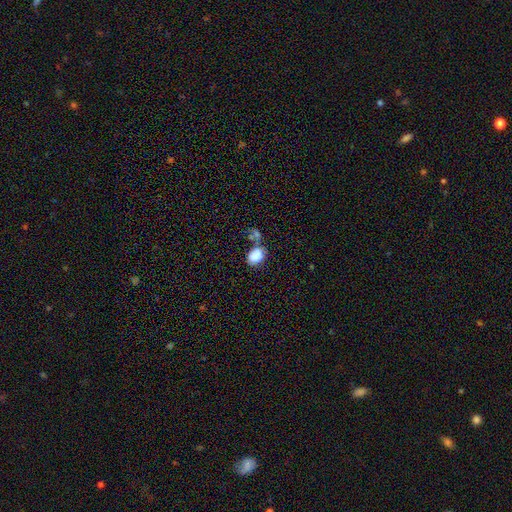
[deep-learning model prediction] Smooth or featured? Predicted: smooth (p=0.77). How rounded? Predicted: in between (p=0.70). Merging? Predicted: none (p=0.36).